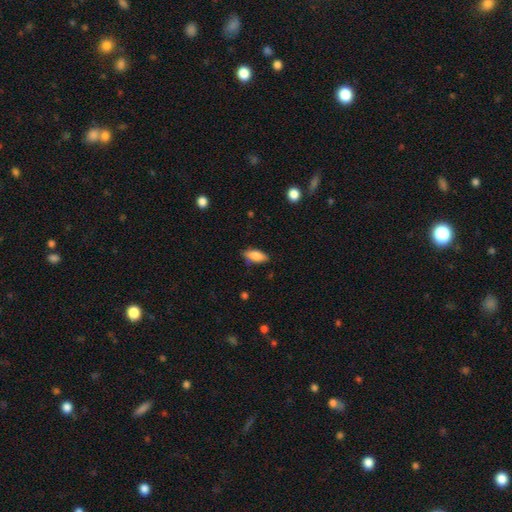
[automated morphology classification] Overall: smooth (82%). How rounded: in between (80%). Merging: none (75%).